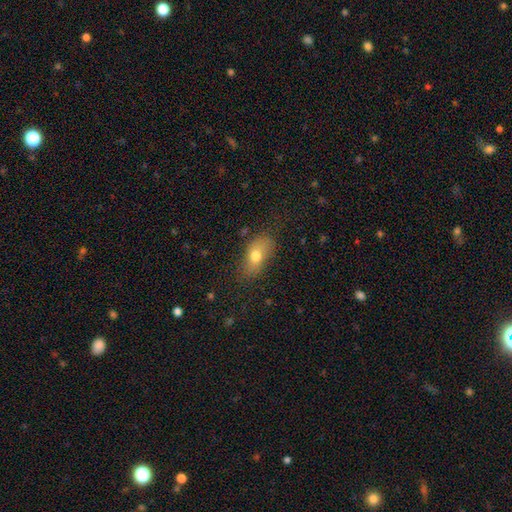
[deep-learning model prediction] The model was most divided on "merging": none: 69%, minor disturbance: 22%, major disturbance: 8%, merger: 2%. More confident: how rounded — in between (84%); smooth or featured — smooth (74%).